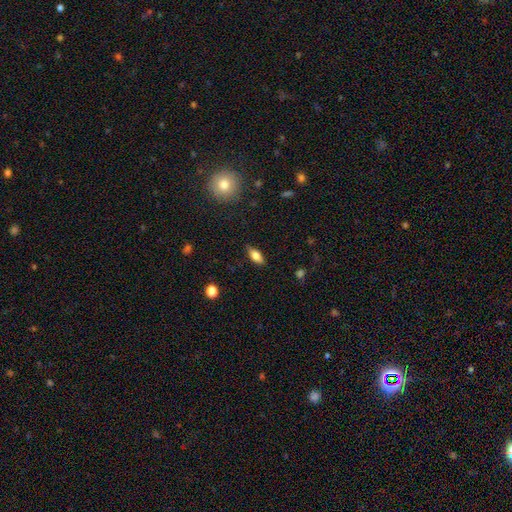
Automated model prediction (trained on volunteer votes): smooth 75%, featured or disk 17%, star or artifact 8%. Down the decision tree: how rounded — in between (82%); merging — none (85%).